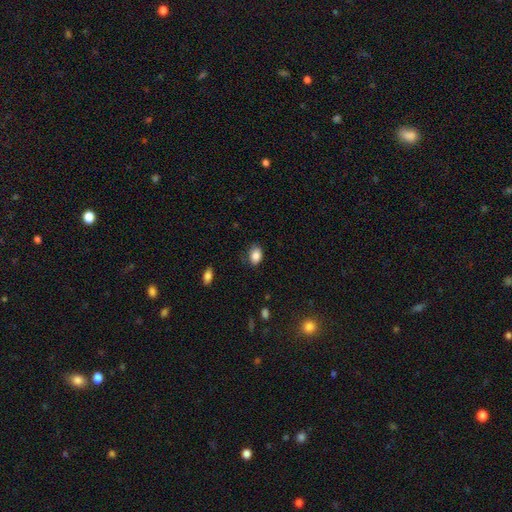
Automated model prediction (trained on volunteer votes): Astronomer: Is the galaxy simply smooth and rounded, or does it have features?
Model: smooth — 86%.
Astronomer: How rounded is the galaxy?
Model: in between — 80%.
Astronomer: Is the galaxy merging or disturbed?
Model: none — 77%.